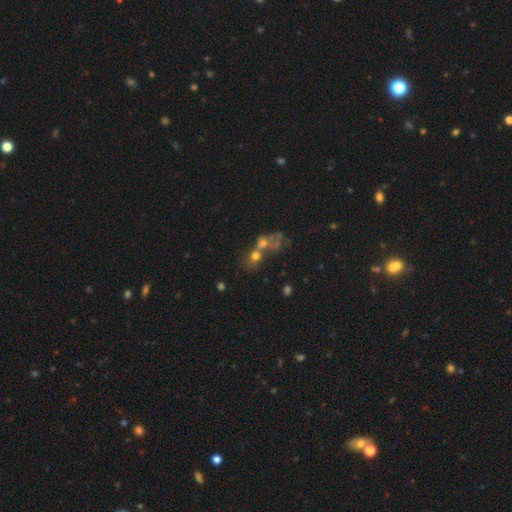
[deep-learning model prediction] This is possibly a smooth galaxy (51%). How rounded: likely round (68%). Merging: possibly merger (59%).